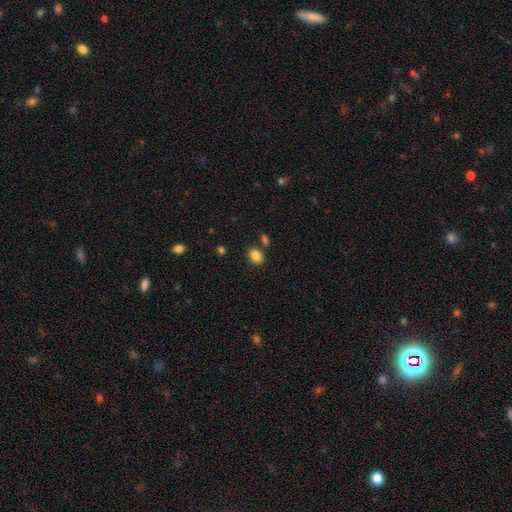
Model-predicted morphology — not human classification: The model was most divided on "how rounded": in between: 54%, round: 45%, cigar-shaped: 1%. More confident: smooth or featured — smooth (85%); merging — none (78%).